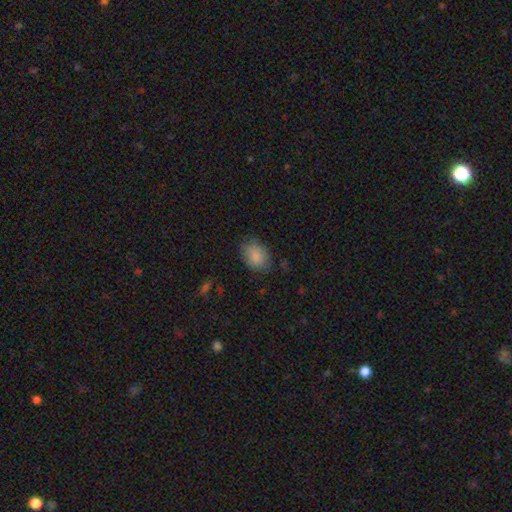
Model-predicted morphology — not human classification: Smooth or featured? Predicted: smooth (p=0.87). How rounded? Predicted: in between (p=0.76). Merging? Predicted: none (p=0.75).